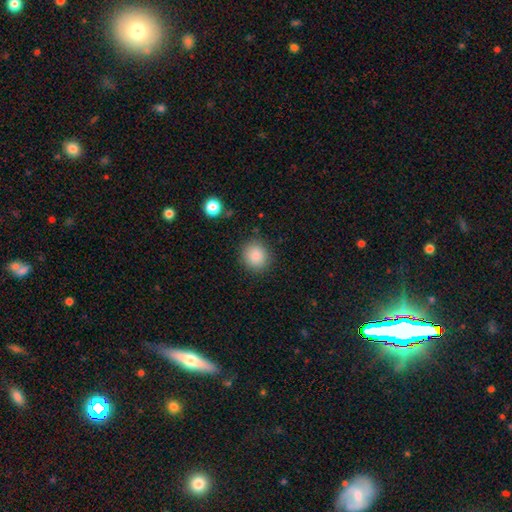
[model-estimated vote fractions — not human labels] Smooth or featured? smooth (87%)
How rounded? round (81%)
Merging? none (87%)